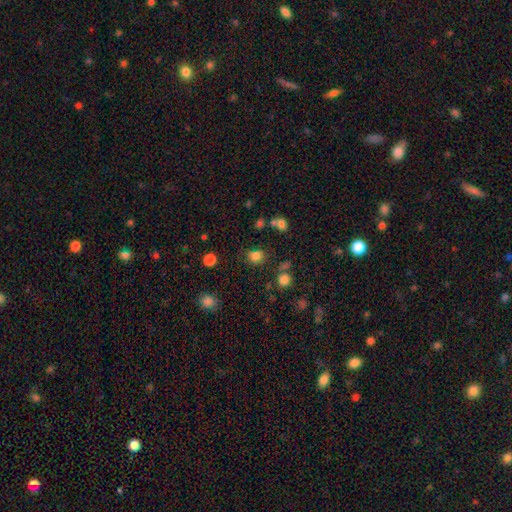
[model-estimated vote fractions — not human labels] A smooth galaxy with no disk features (78%) that is round (70%).

Vote fractions:
- Smooth or featured? smooth: 78% / star or artifact: 16% / featured or disk: 5%
- How rounded? round: 70% / in between: 29% / cigar-shaped: 1%
- Merging? none: 72% / minor disturbance: 14% / merger: 9% / major disturbance: 5%